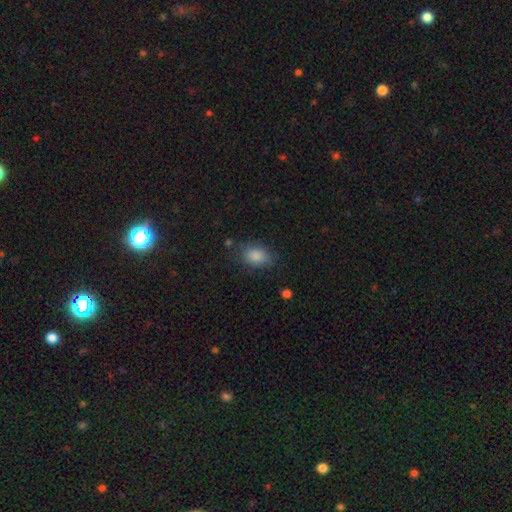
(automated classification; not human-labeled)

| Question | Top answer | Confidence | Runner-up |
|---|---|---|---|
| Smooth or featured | smooth | 84% | star or artifact (10%) |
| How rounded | in between | 80% | round (18%) |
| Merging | none | 78% | minor disturbance (16%) |